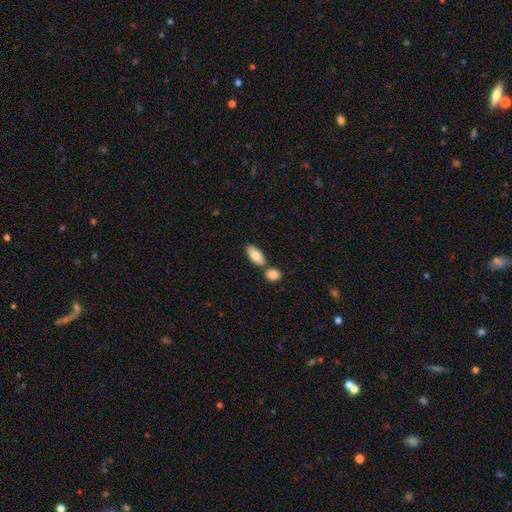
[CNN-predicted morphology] smooth_or_featured: smooth (p=0.80) [alt: featured or disk p=0.14]
how_rounded: in between (p=0.88) [alt: cigar-shaped p=0.09]
merging: none (p=0.62) [alt: merger p=0.26]